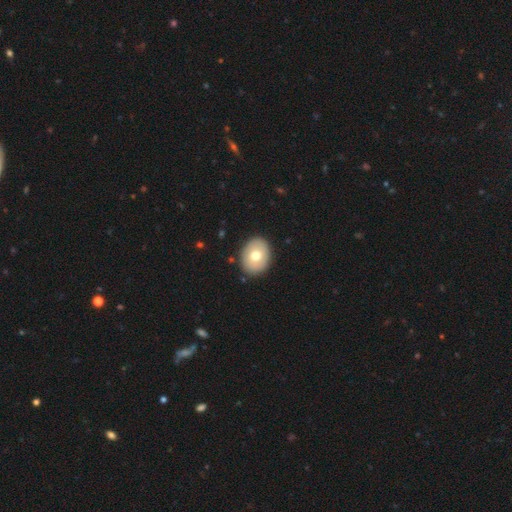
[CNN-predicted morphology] smooth_or_featured: smooth (p=0.70) [alt: featured or disk p=0.23]
how_rounded: in between (p=0.58) [alt: round p=0.41]
merging: none (p=0.89) [alt: minor disturbance p=0.07]